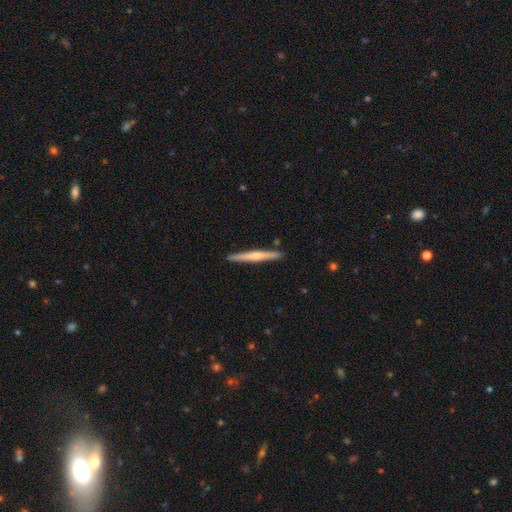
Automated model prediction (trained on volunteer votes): Smooth or featured? featured or disk (54%)
Edge-on disk? yes (98%)
Edge-on bulge? rounded (61%)
Merging? none (90%)